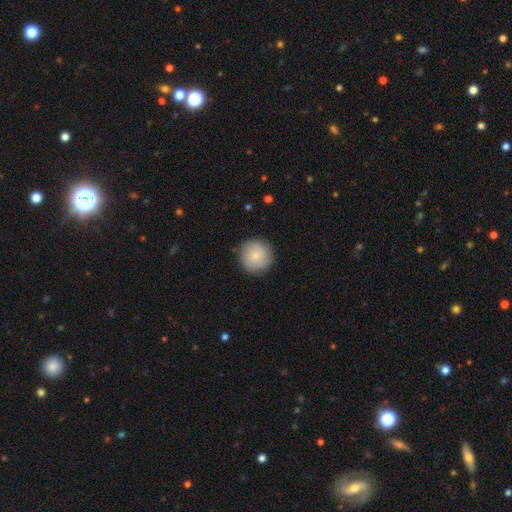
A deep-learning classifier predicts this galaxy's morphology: The model was most divided on "smooth or featured": smooth: 77%, featured or disk: 16%, star or artifact: 7%. More confident: how rounded — round (95%); merging — none (88%).